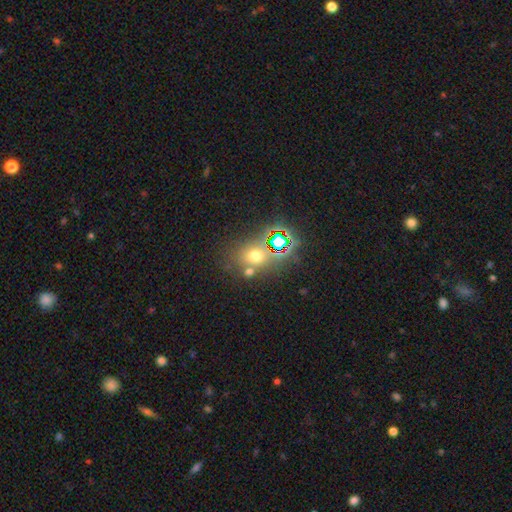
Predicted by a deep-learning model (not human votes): The model was most divided on "smooth or featured": smooth: 56%, star or artifact: 33%, featured or disk: 12%. More confident: how rounded — round (65%); merging — none (63%).